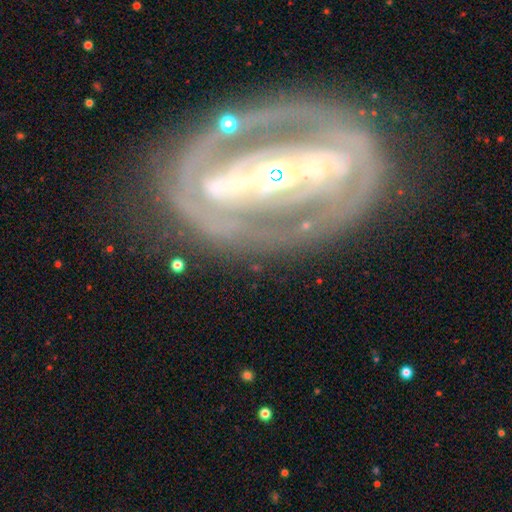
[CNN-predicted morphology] Overall: featured or disk (84%). Edge-on disk: no (93%). Bar: strong (66%). Spiral arms: yes (79%). Spiral arm count: 2 (64%). Spiral winding: tight (59%; medium 30%). Bulge size: small (42%; moderate 37%). Merging: none (66%).